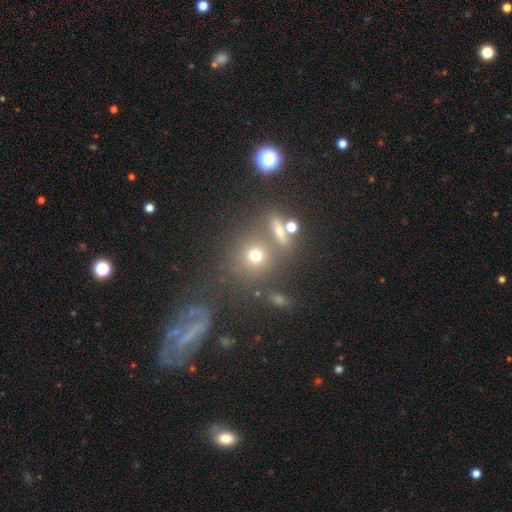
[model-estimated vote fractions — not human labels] Smooth or featured?
  - smooth: 68% *
  - star or artifact: 19%
  - featured or disk: 13%
How rounded?
  - round: 84% *
  - in between: 14%
  - cigar-shaped: 2%
Merging?
  - none: 63% *
  - merger: 21%
  - minor disturbance: 10%
  - major disturbance: 6%